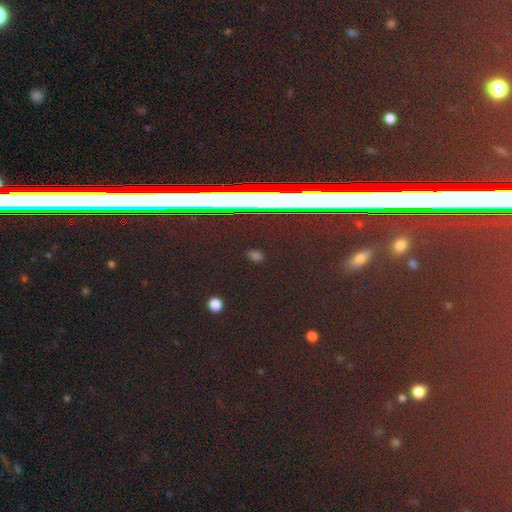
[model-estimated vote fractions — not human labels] Smooth or featured? Predicted: star or artifact (p=0.66).